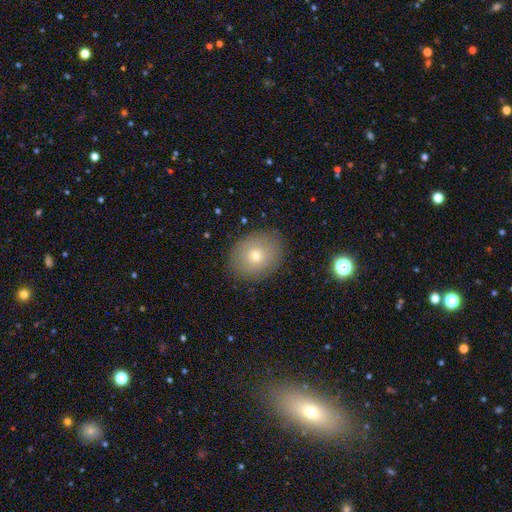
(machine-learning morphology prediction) Overall: smooth (67%). How rounded: round (50%; in between 49%). Merging: none (86%).